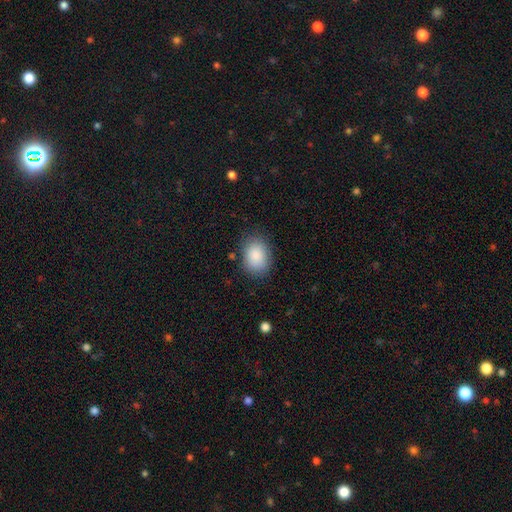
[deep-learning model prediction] Smooth or featured? smooth (88%)
How rounded? in between (72%)
Merging? none (82%)